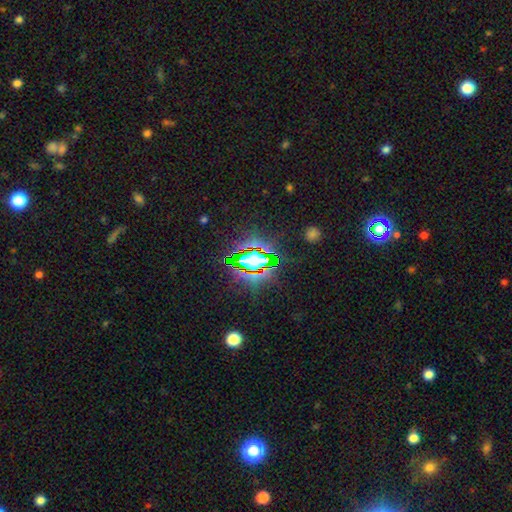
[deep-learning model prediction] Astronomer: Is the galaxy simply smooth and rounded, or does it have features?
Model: star or artifact — 80%.